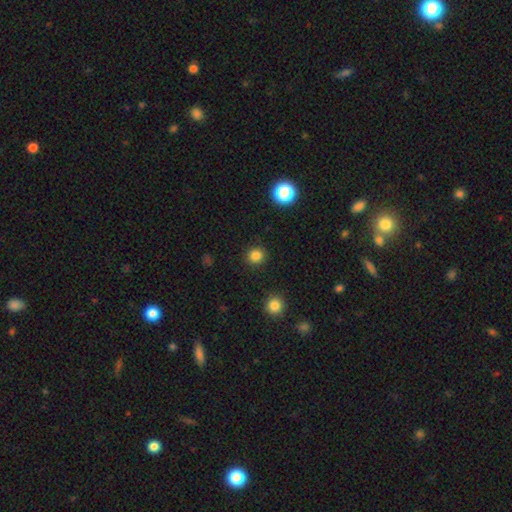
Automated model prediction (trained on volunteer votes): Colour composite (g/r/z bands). It shows a smooth galaxy with no disk features (83%) that is round (89%). Merging: none (91%).